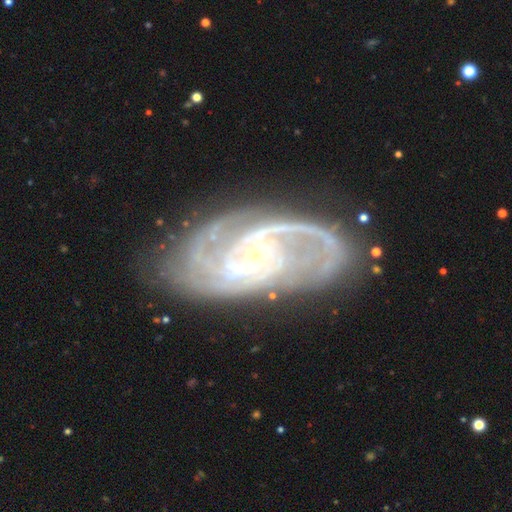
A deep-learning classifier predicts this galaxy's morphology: type=featured or disk (91%); edge-on=no (96%); bar=weak (43%); spiral arms=yes (98%); winding=medium (45%); arm count=2 (48%); bulge=small (76%); merging=none (75%).